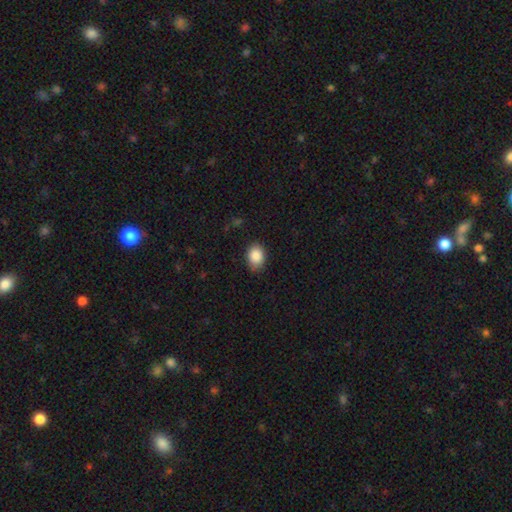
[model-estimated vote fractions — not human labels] smooth 88%, star or artifact 8%, featured or disk 4%. Down the decision tree: how rounded — in between (71%); merging — none (82%).